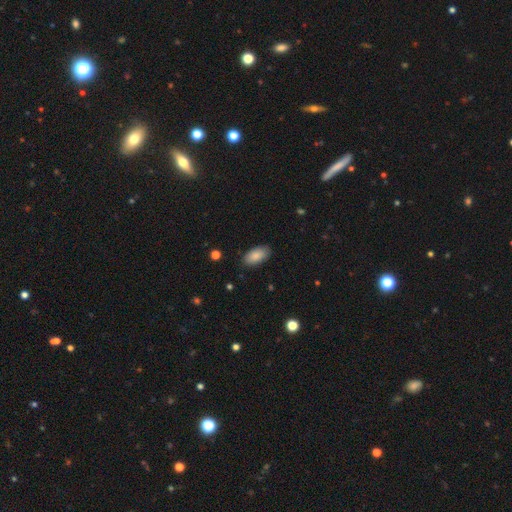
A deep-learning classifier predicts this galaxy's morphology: type=smooth (87%); roundness=in between (93%); merging=none (86%).